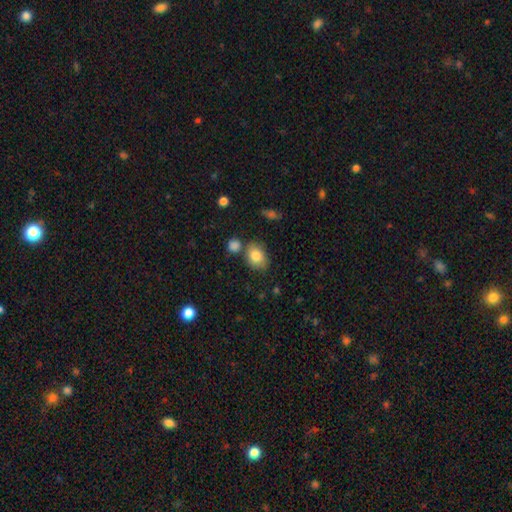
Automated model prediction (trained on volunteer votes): Smooth or featured?
  - smooth: 82% *
  - featured or disk: 10%
  - star or artifact: 9%
How rounded?
  - in between: 69% *
  - round: 30%
  - cigar-shaped: 1%
Merging?
  - none: 68% *
  - minor disturbance: 16%
  - merger: 12%
  - major disturbance: 4%